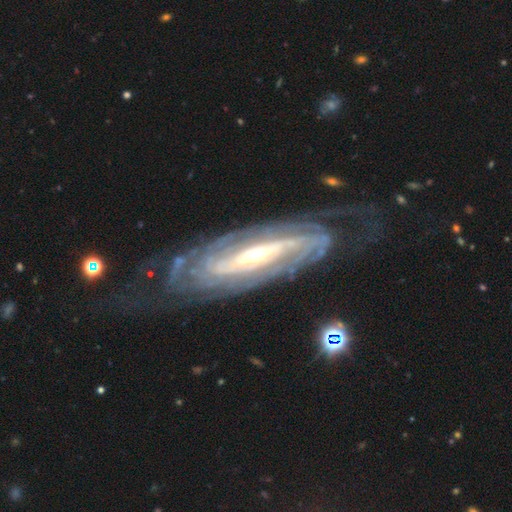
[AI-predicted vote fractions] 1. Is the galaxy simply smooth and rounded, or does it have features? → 88% featured or disk, 7% smooth, 5% star or artifact.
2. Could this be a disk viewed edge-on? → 83% no, 17% yes.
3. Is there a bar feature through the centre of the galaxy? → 45% strong, 28% weak, 27% no.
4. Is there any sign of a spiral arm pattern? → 94% yes, 6% no.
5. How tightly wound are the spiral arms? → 71% tight, 22% medium, 7% loose.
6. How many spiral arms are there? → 40% can't tell, 23% 2, 12% 3, 10% 4, 10% more than 4, 6% 1.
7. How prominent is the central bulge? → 50% moderate, 41% small, 6% large, 1% dominant, 1% none.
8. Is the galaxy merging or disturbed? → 72% none, 17% minor disturbance, 8% major disturbance, 2% merger.